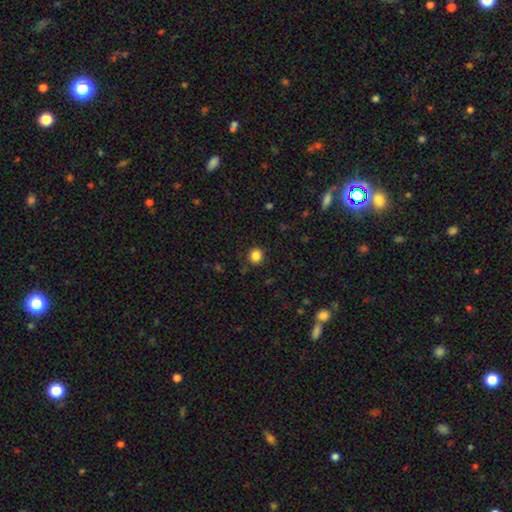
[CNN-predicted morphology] smooth-or-featured: smooth: 85% | star or artifact: 12% | featured or disk: 4%
  how-rounded: round: 90% | in between: 9% | cigar-shaped: 1%
  merging: none: 89% | minor disturbance: 7% | major disturbance: 2% | merger: 1%